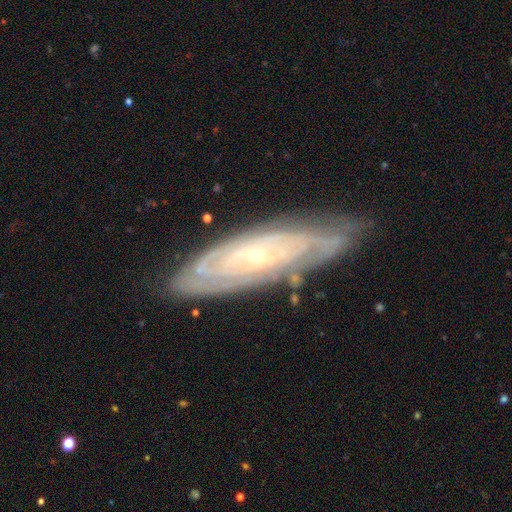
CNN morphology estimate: smooth-or-featured: featured or disk: 82% | smooth: 12% | star or artifact: 6%
  disk-edge-on: no: 79% | yes: 21%
    bar: no: 61% | weak: 30% | strong: 9%
    has-spiral-arms: yes: 92% | no: 8%
      spiral-winding: tight: 73% | medium: 22% | loose: 5%
      spiral-arm-count: can't tell: 53% | 2: 17% | 3: 11% | 4: 9% | more than 4: 6% | 1: 4%
    bulge-size: small: 80% | moderate: 16% | none: 2% | large: 1% | dominant: 1%
  merging: none: 74% | minor disturbance: 20% | major disturbance: 5% | merger: 2%